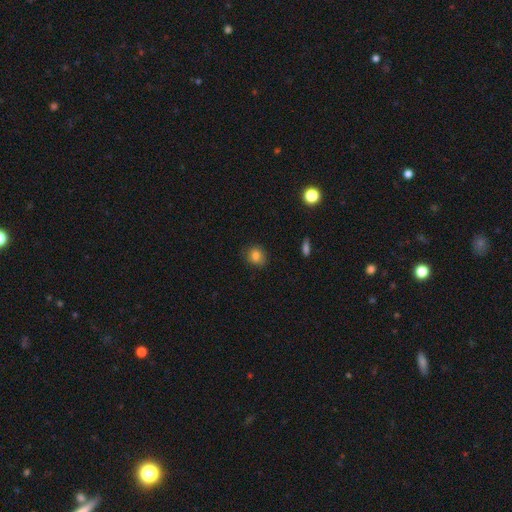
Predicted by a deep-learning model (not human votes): A smooth galaxy with no disk features (82%) that is round (74%).

Vote fractions:
- Smooth or featured? smooth: 82% / star or artifact: 11% / featured or disk: 6%
- How rounded? round: 74% / in between: 25% / cigar-shaped: 1%
- Merging? none: 82% / minor disturbance: 14% / major disturbance: 3% / merger: 1%